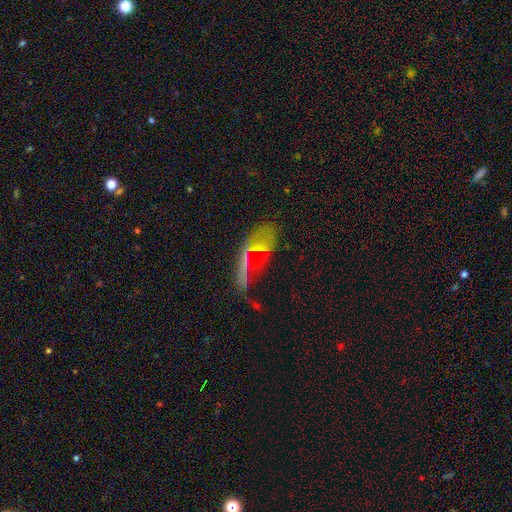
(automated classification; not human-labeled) Overall: smooth (38%; featured or disk 33%). Merging: none (49%; minor disturbance 20%).